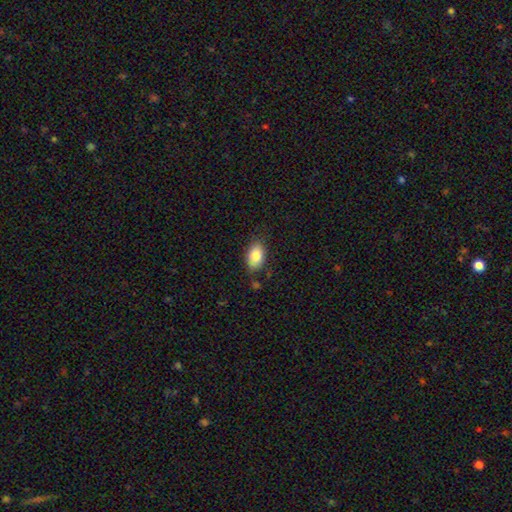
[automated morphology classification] A smooth galaxy with no disk features (83%) that is in between round and cigar-shaped (90%). Merging: none (79%).